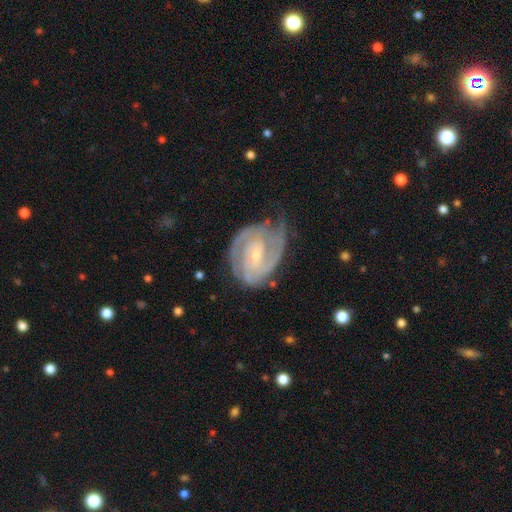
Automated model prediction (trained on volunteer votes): smooth_or_featured: featured or disk (p=0.89) [alt: smooth p=0.06]
disk_edge_on: no (p=0.97) [alt: yes p=0.03]
bar: weak (p=0.46) [alt: no p=0.39]
has_spiral_arms: yes (p=0.97) [alt: no p=0.03]
spiral_winding: tight (p=0.63) [alt: medium p=0.32]
spiral_arm_count: 2 (p=0.53) [alt: 3 p=0.19]
bulge_size: small (p=0.73) [alt: moderate p=0.22]
merging: none (p=0.59) [alt: minor disturbance p=0.26]